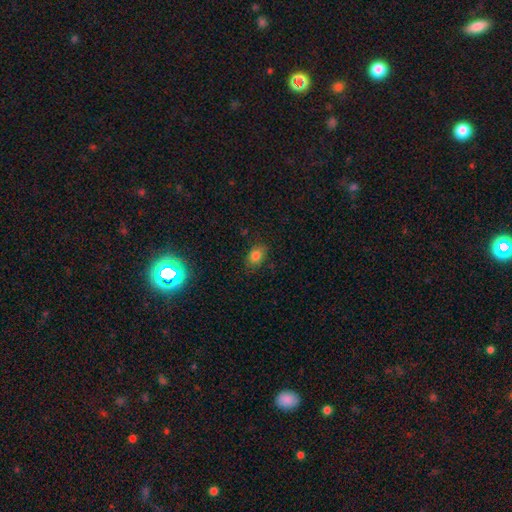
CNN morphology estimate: The model was most divided on "how rounded": in between: 75%, round: 23%, cigar-shaped: 2%. More confident: merging — none (80%); smooth or featured — smooth (79%).